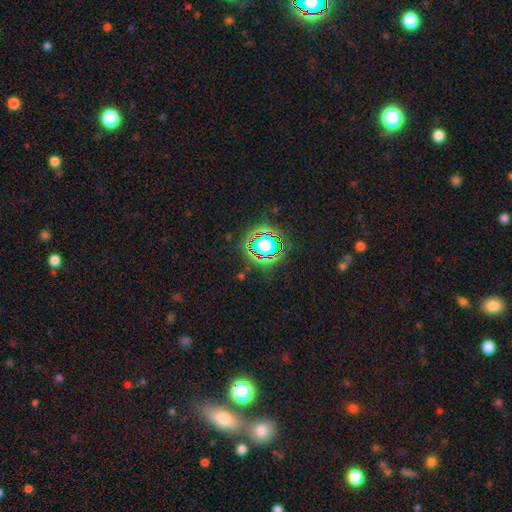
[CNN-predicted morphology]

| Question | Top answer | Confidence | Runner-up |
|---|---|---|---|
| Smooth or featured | star or artifact | 76% | smooth (16%) |